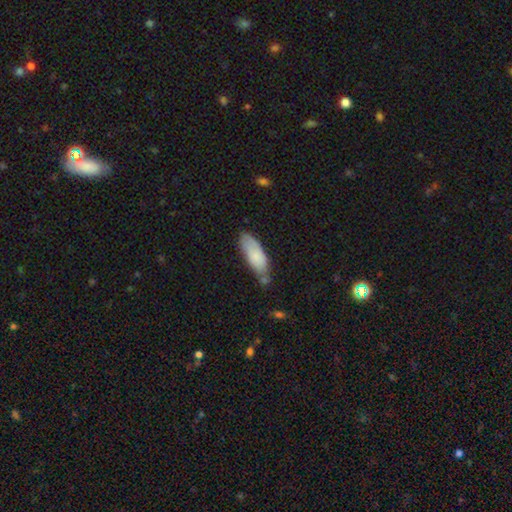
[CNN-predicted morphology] smooth-or-featured: smooth: 80% | featured or disk: 14% | star or artifact: 6%
  how-rounded: in between: 68% | cigar-shaped: 30% | round: 2%
  merging: none: 54% | minor disturbance: 30% | merger: 10% | major disturbance: 6%